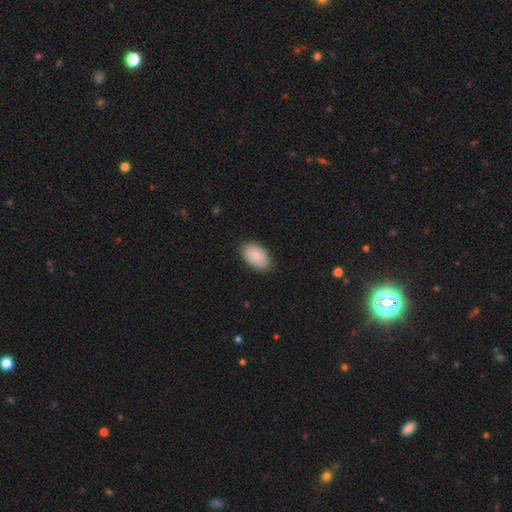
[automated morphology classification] smooth 84%, featured or disk 10%, star or artifact 6%. Down the decision tree: how rounded — in between (92%); merging — none (84%).